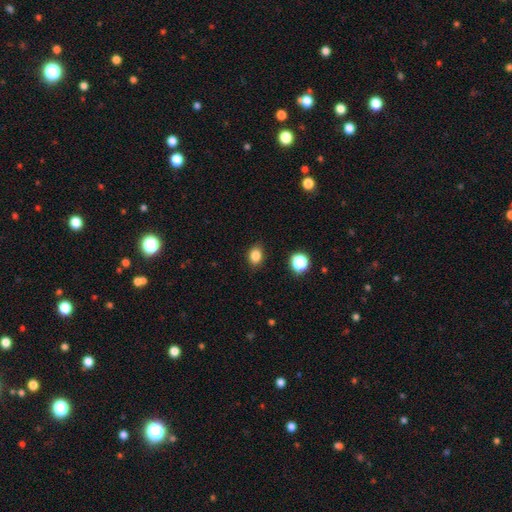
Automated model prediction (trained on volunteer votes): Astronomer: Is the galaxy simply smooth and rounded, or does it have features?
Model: smooth — 84%.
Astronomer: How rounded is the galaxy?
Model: in between — 61% (runner-up: round, 38%).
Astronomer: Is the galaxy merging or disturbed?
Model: none — 86%.